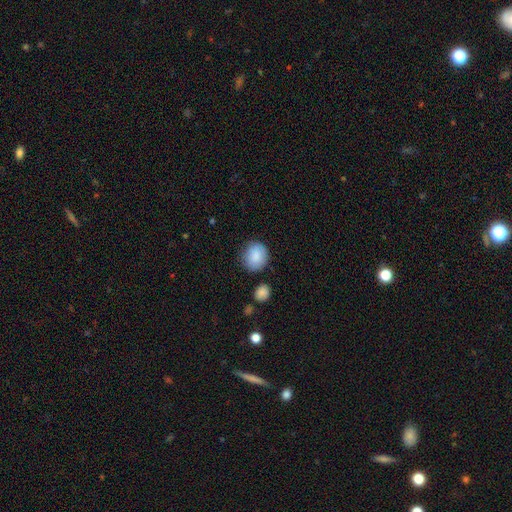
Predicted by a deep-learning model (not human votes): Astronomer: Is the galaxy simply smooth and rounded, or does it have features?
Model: smooth — 86%.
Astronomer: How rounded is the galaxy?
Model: round — 76%.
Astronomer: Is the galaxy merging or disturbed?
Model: none — 77%.